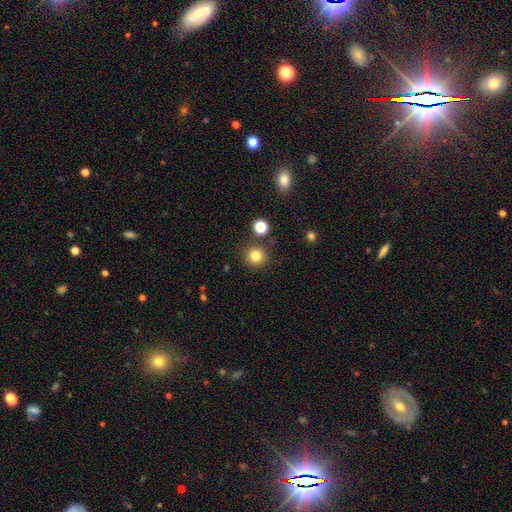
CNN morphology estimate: A smooth galaxy with no disk features (82%) that is round (94%). Merging: none (87%).